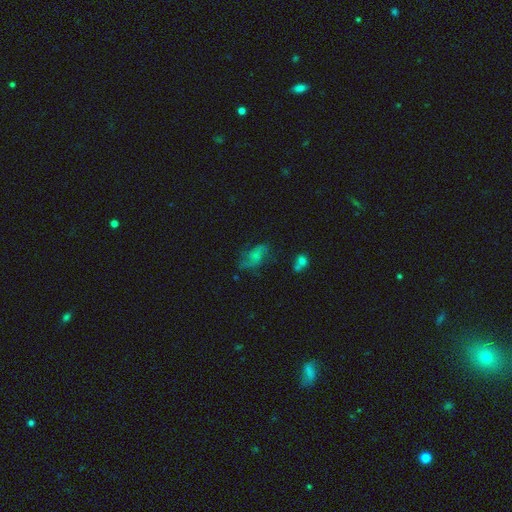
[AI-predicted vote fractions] featured or disk 46%, smooth 40%, star or artifact 14%. Down the decision tree: merging — none (48%).